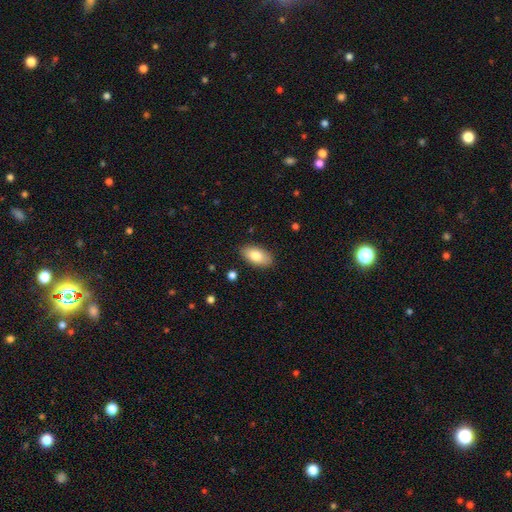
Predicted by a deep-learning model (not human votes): A smooth galaxy with no disk features (81%) that is in between round and cigar-shaped (93%). Merging: none (87%).